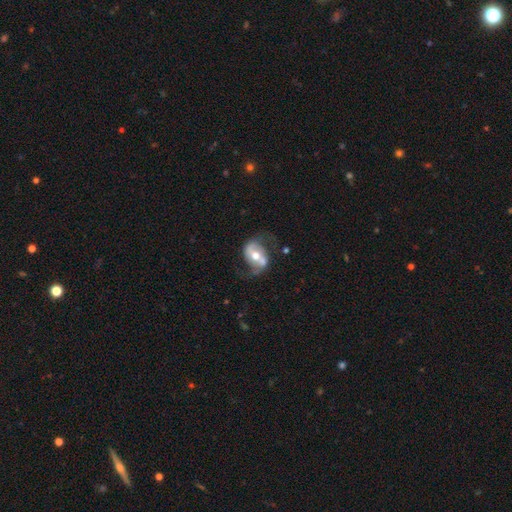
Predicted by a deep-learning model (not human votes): featured or disk 75%, smooth 19%, star or artifact 6%. Down the decision tree: edge-on disk — no (96%); bar — no (37%); spiral arms — yes (84%); spiral arm count — 2 (89%); spiral winding — loose (54%); bulge size — moderate (75%); merging — none (56%).